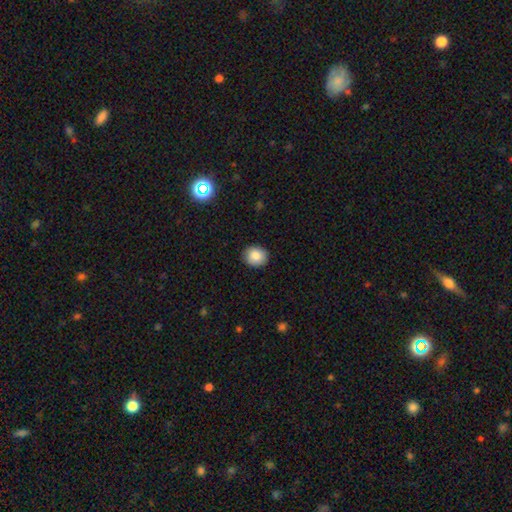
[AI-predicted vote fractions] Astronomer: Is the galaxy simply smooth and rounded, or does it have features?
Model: smooth — 84%.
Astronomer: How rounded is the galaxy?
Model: round — 77%.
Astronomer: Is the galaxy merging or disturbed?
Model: none — 91%.